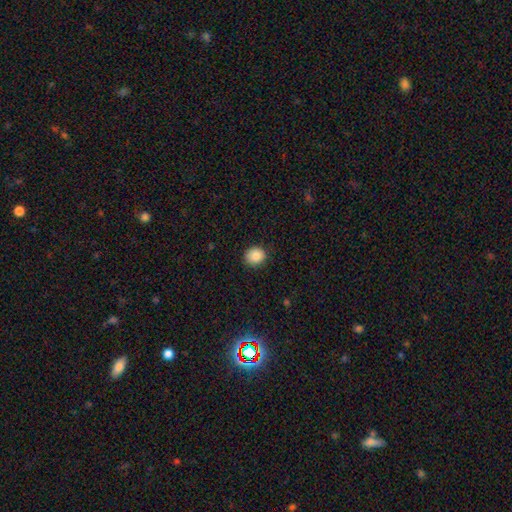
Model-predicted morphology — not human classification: Overall: smooth (87%). How rounded: round (78%). Merging: none (86%).